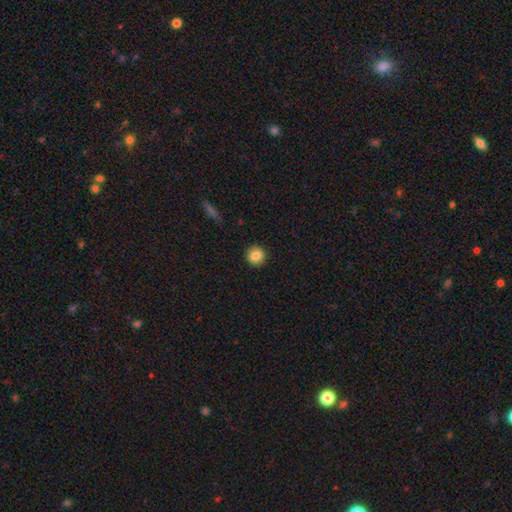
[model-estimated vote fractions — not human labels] The model was most divided on "smooth or featured": smooth: 84%, star or artifact: 9%, featured or disk: 6%. More confident: how rounded — round (92%); merging — none (91%).